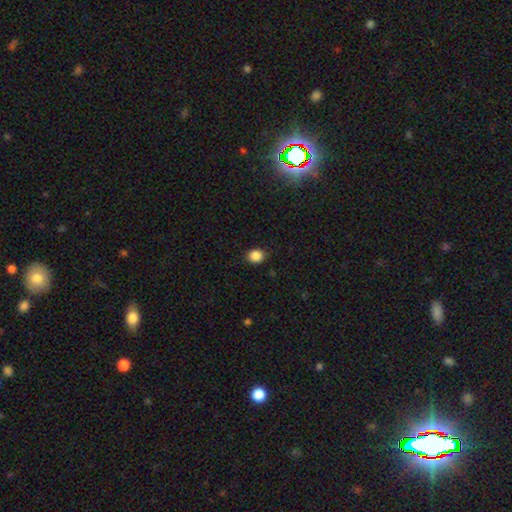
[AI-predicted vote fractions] This appears to be a smooth galaxy with no disk features (87%) that is round (65%). Merging: none (88%).